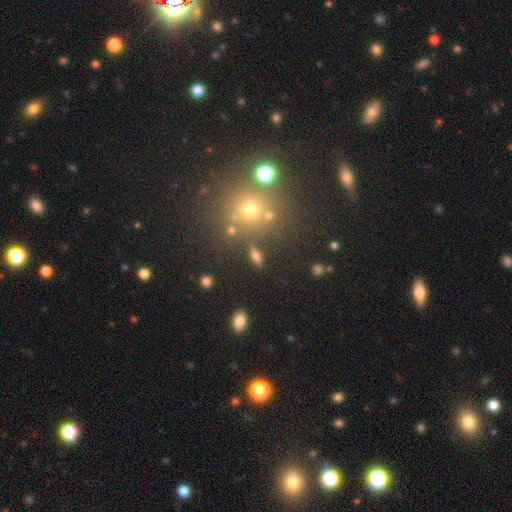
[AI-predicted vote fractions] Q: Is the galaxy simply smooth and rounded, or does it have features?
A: smooth — 70%.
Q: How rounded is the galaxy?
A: in between — 75%.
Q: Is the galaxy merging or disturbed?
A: none — 81%.